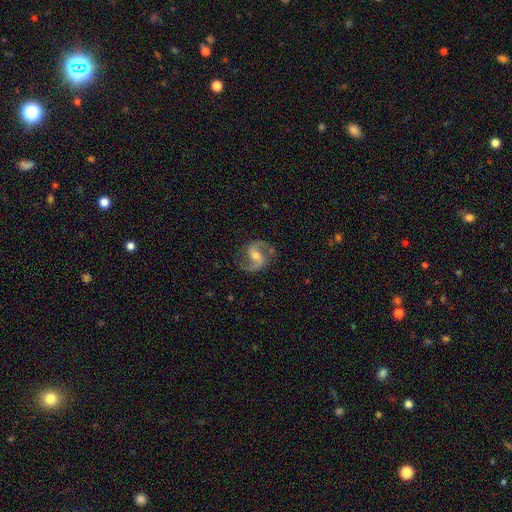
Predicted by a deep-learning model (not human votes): This is clearly a featured or disk galaxy (89%). It is clearly not viewed edge-on (98%). Bar: possibly weak (50%). Spiral arm pattern: clearly yes (97%). Spiral arm count: clearly 2 (93%). Spiral winding: possibly medium (54%). Central bulge: possibly moderate (53%). Merging: clearly none (80%).